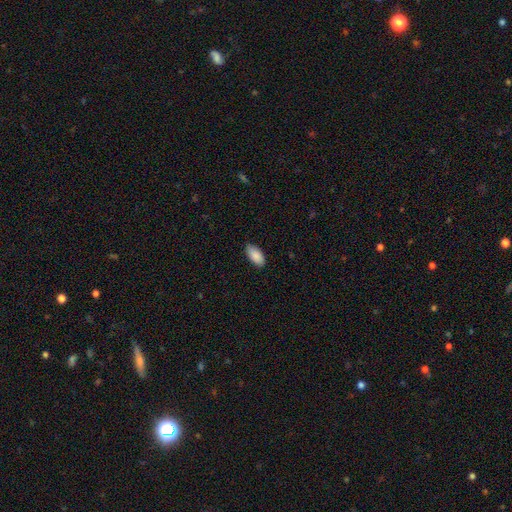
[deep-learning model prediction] Overall: smooth (89%). How rounded: in between (94%). Merging: none (85%).